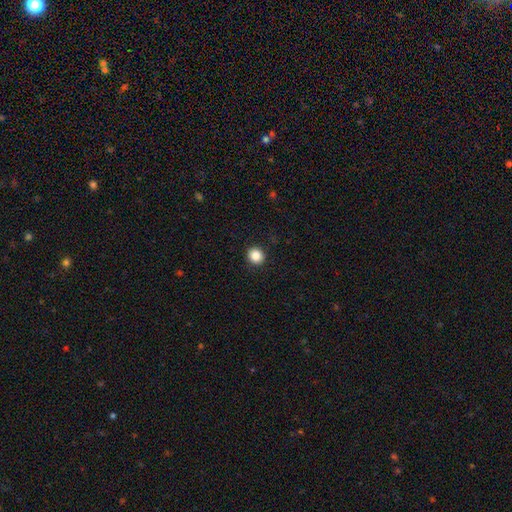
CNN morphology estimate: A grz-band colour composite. It shows a smooth galaxy with no disk features (86%) that is round (91%). Merging: none (92%).